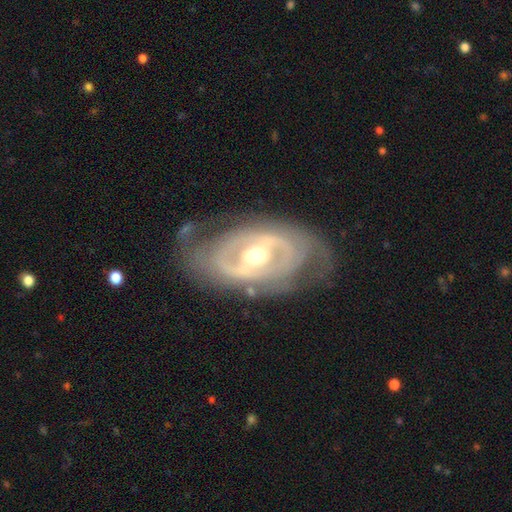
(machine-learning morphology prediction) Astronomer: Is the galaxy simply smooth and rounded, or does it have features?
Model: featured or disk — 83%.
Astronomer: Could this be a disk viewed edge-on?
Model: no — 93%.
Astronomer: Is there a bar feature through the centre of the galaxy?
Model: no — 34% (runner-up: strong, 33%).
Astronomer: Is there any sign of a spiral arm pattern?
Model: yes — 58% (runner-up: no, 42%).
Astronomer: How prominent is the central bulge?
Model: moderate — 72%.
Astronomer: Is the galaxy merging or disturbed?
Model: none — 65%.